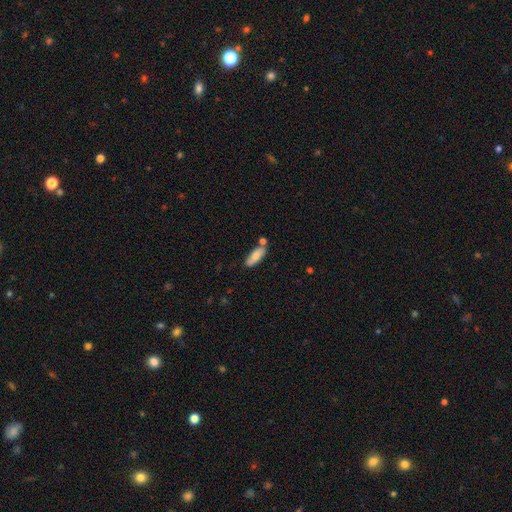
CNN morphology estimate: A smooth galaxy with no disk features (77%) that is in between round and cigar-shaped (63%). Merging: none (66%).